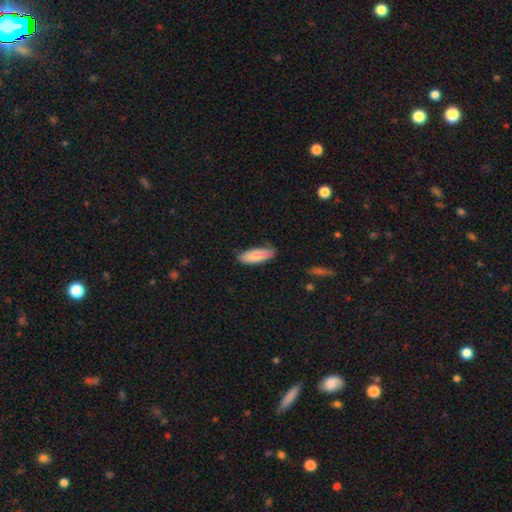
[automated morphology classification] A smooth galaxy with no disk features (86%) that is in between round and cigar-shaped (72%).

Vote fractions:
- Smooth or featured? smooth: 86% / featured or disk: 8% / star or artifact: 6%
- How rounded? in between: 72% / cigar-shaped: 26% / round: 2%
- Merging? none: 78% / minor disturbance: 18% / major disturbance: 3% / merger: 1%